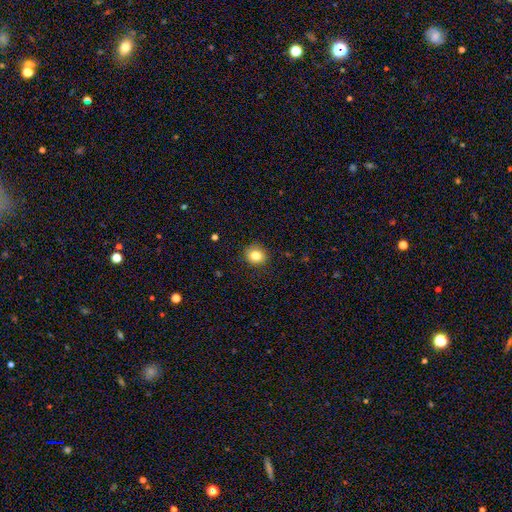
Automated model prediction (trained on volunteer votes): Smooth or featured? Predicted: smooth (p=0.83). How rounded? Predicted: round (p=0.69). Merging? Predicted: none (p=0.86).